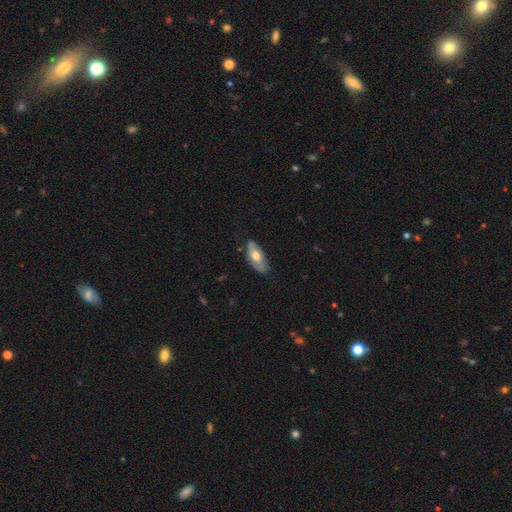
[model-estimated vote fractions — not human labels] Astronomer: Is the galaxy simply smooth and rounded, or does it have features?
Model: smooth — 55% (runner-up: featured or disk, 40%).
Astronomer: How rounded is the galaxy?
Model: in between — 83%.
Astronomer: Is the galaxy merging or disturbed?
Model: none — 70%.